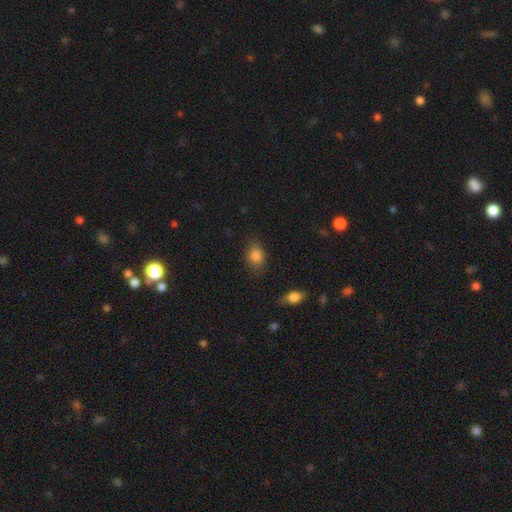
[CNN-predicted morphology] This appears to be a smooth galaxy with no disk features (84%) that is in between round and cigar-shaped (64%). Merging: none (77%).